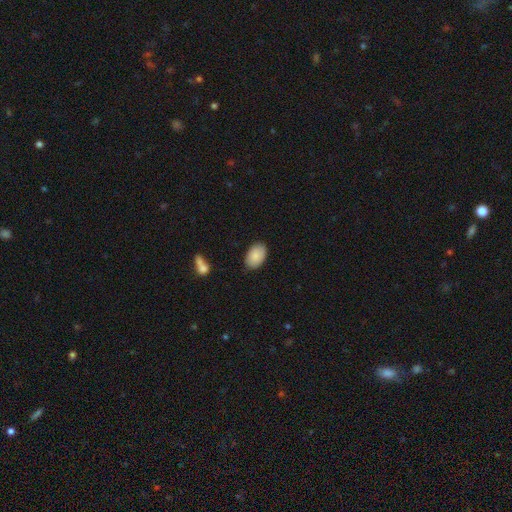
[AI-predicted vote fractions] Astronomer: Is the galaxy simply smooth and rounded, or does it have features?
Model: smooth — 88%.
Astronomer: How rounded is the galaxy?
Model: in between — 92%.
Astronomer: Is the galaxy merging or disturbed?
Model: none — 86%.